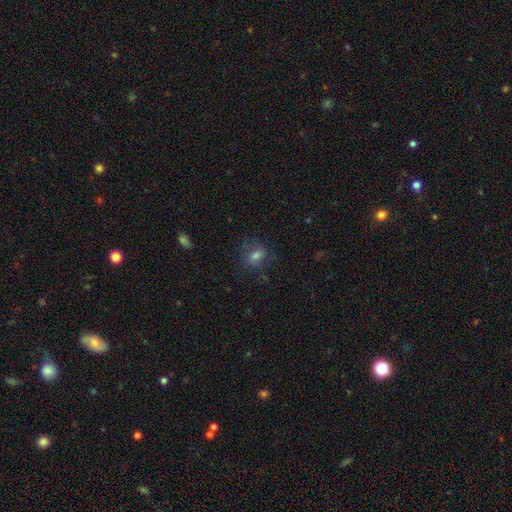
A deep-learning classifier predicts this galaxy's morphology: Smooth or featured?
  - smooth: 66% *
  - featured or disk: 19%
  - star or artifact: 16%
How rounded?
  - in between: 55% *
  - round: 42%
  - cigar-shaped: 3%
Merging?
  - none: 68% *
  - minor disturbance: 19%
  - major disturbance: 11%
  - merger: 2%